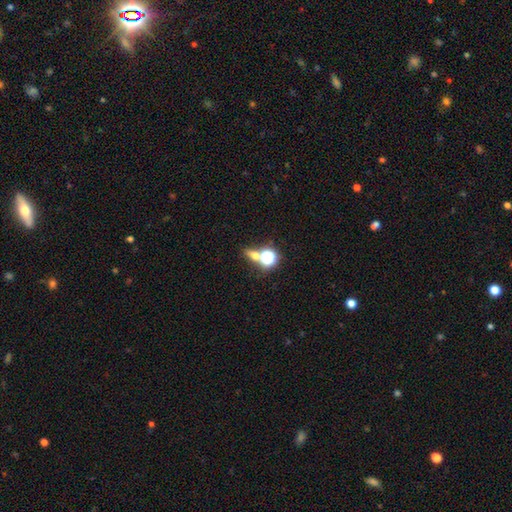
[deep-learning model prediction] This appears to be a smooth galaxy with no disk features (50%). Merging: none (57%).